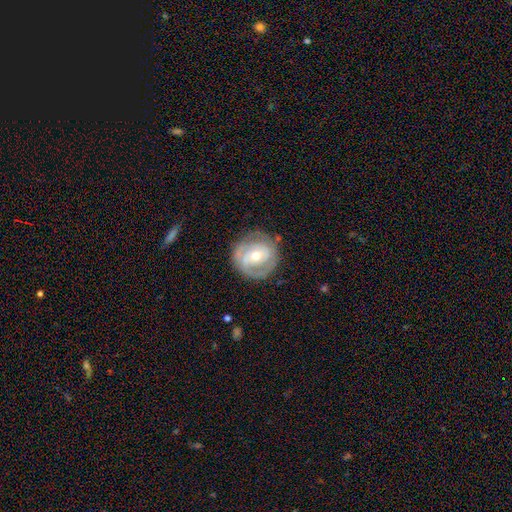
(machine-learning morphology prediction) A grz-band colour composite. It shows a featured or disk galaxy (67%) with no bar (53%), spiral arms (68%) and a moderate central bulge (56%). Merging: none (75%).